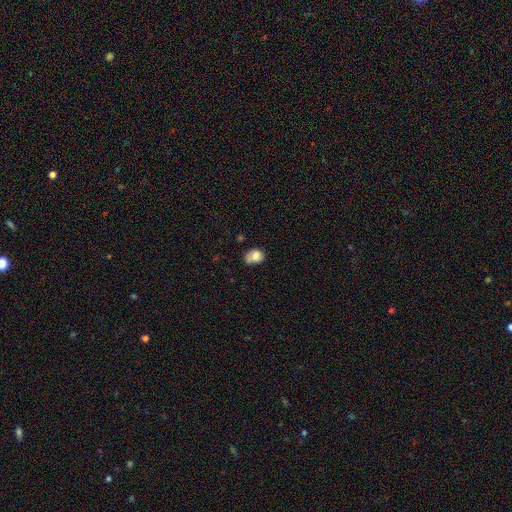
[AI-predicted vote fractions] Overall: smooth (76%). How rounded: in between (57%; round 42%). Merging: none (42%; minor disturbance 35%).